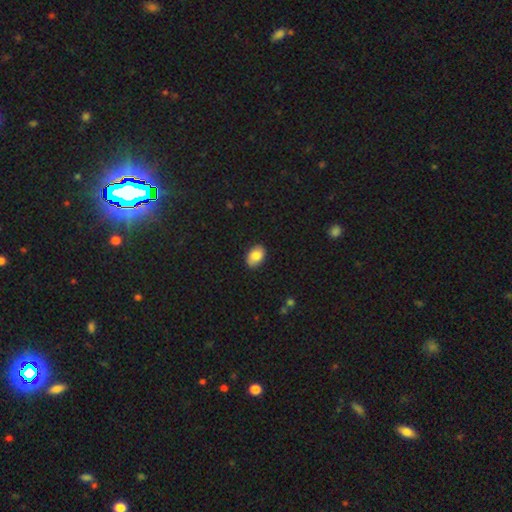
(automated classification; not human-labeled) Overall: smooth (84%). How rounded: in between (85%). Merging: none (89%).